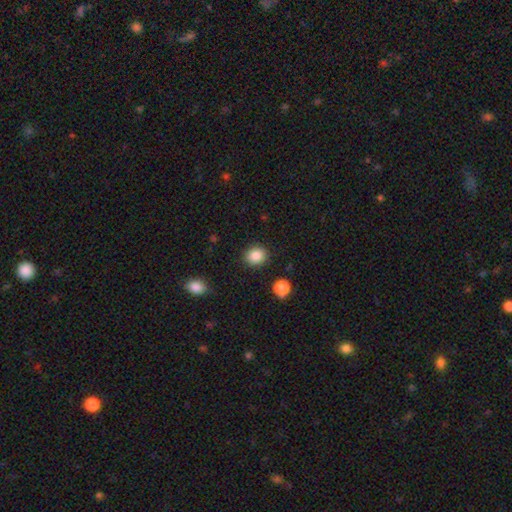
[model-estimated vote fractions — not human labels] This appears to be a smooth galaxy with no disk features (86%) that is round (71%). Merging: none (89%).